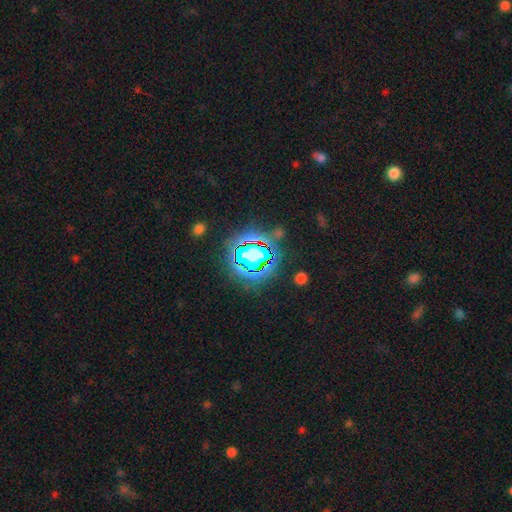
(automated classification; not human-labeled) This appears to be a star or artifact, not a galaxy (63%).